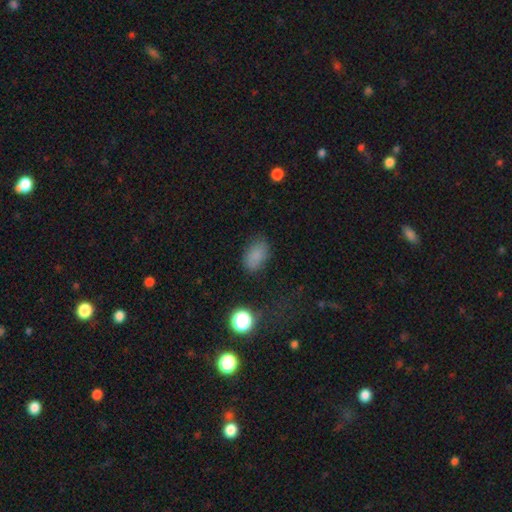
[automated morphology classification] type=smooth (81%); roundness=in between (88%); merging=none (78%).